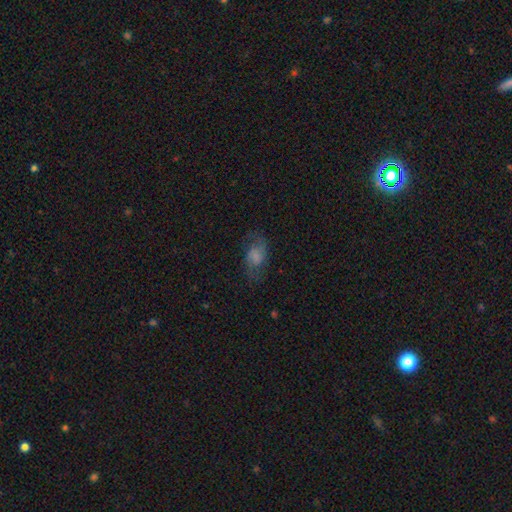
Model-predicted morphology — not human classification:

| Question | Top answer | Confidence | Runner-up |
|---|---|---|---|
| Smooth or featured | featured or disk | 54% | smooth (36%) |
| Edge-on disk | no | 96% | yes (4%) |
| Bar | no | 47% | weak (42%) |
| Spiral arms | yes | 87% | no (13%) |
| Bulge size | none | 40% | small (25%) |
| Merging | none | 66% | minor disturbance (18%) |